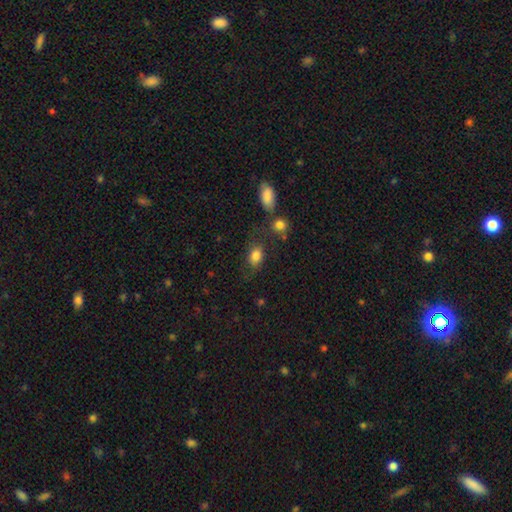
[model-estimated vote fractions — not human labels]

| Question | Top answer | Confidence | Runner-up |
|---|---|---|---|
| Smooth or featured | smooth | 82% | star or artifact (10%) |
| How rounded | in between | 77% | round (21%) |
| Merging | none | 63% | minor disturbance (19%) |